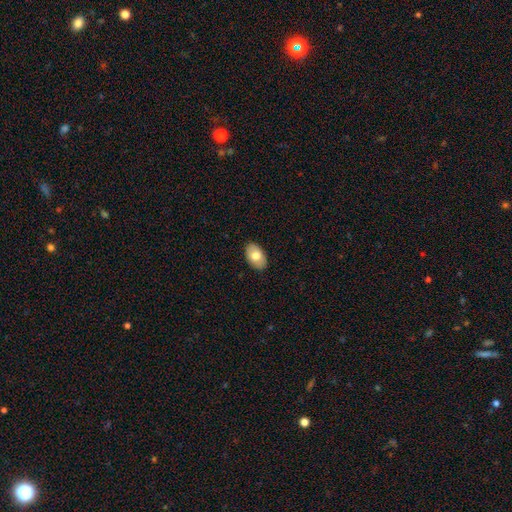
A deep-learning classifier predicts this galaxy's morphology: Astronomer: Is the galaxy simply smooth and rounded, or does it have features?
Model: smooth — 75%.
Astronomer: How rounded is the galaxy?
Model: in between — 92%.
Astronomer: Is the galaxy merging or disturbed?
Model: none — 88%.